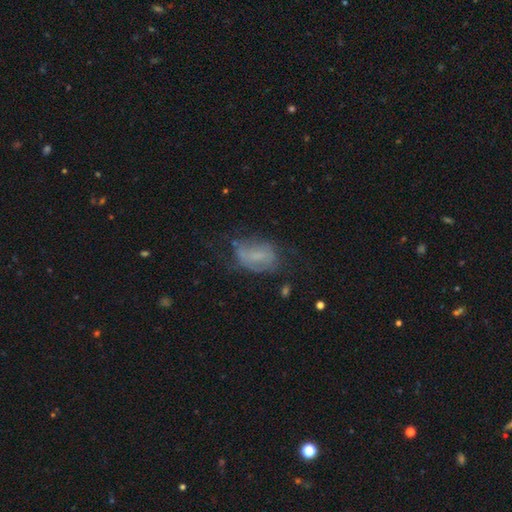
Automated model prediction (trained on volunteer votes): smooth_or_featured: smooth (p=0.45) [alt: featured or disk p=0.42]
merging: none (p=0.45) [alt: minor disturbance p=0.28]